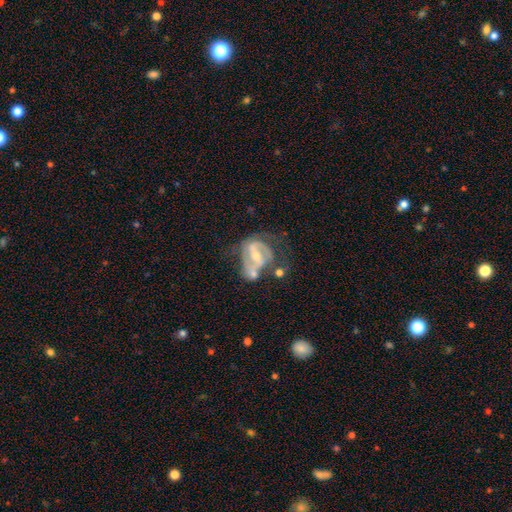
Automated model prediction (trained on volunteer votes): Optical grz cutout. It shows a featured or disk galaxy (78%) with a weak bar (42%), 2 (67%) medium (47%) spiral arms (78%) and a moderate central bulge (50%). Merging: none (29%).